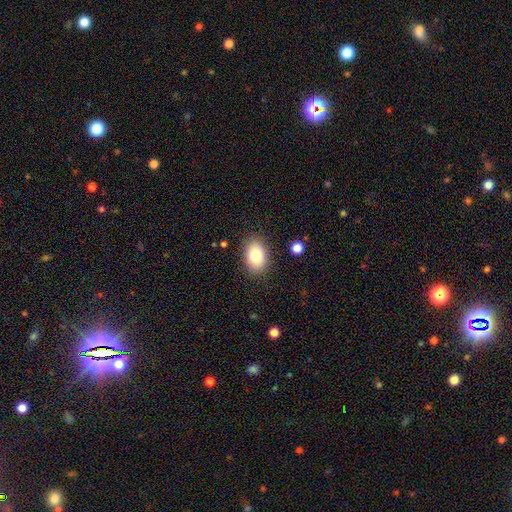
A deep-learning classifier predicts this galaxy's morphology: smooth_or_featured: smooth (p=0.82) [alt: featured or disk p=0.10]
how_rounded: in between (p=0.83) [alt: round p=0.16]
merging: none (p=0.85) [alt: minor disturbance p=0.10]